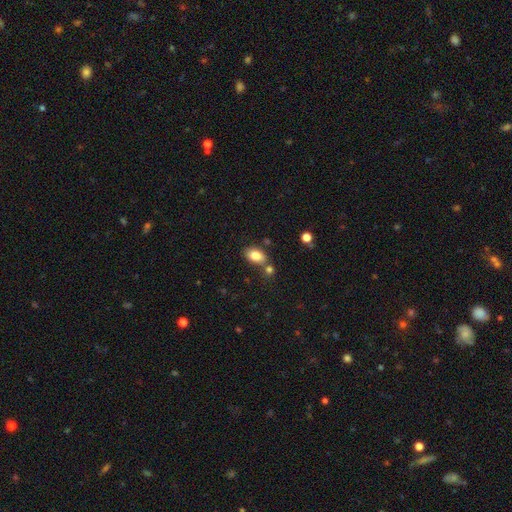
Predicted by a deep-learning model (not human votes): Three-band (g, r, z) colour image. It shows a smooth galaxy with no disk features (83%) that is in between round and cigar-shaped (88%). Merging: none (64%).